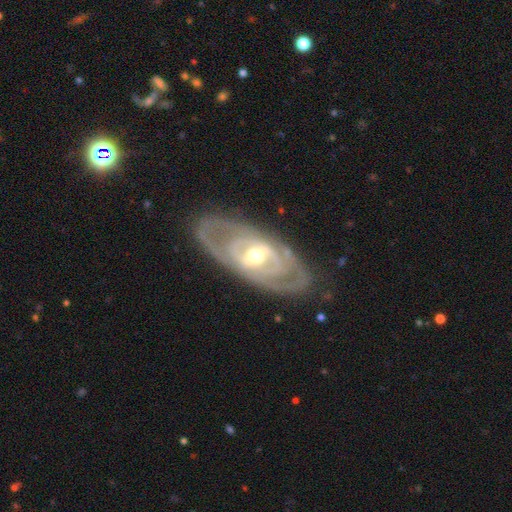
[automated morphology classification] This appears to be a featured or disk galaxy (83%) with no bar (45%), 2 (42%) tight (67%) spiral arms (70%) and a moderate central bulge (64%). Merging: none (79%).